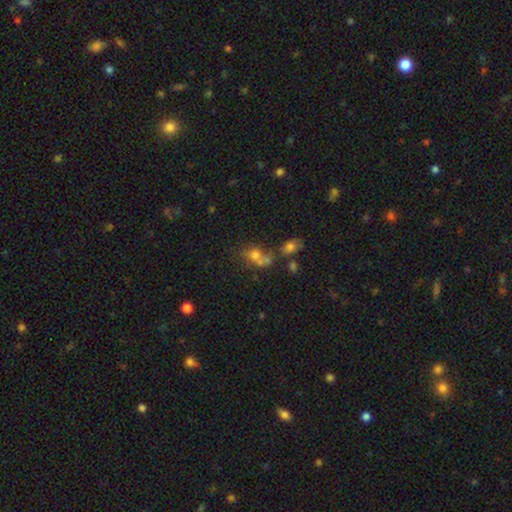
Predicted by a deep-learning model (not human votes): smooth-or-featured: smooth: 64% | star or artifact: 19% | featured or disk: 18%
  how-rounded: round: 52% | in between: 46% | cigar-shaped: 2%
  merging: merger: 49% | none: 32% | minor disturbance: 11% | major disturbance: 9%